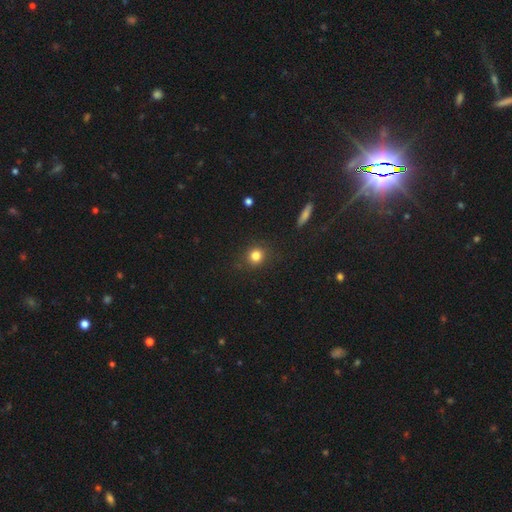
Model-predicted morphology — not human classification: This is clearly a smooth galaxy (82%). How rounded: clearly round (87%). Merging: clearly none (87%).